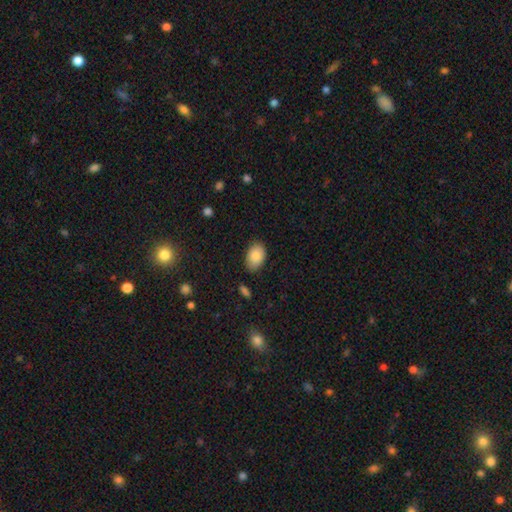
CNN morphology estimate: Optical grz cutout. It shows a smooth galaxy with no disk features (87%) that is in between round and cigar-shaped (89%). Merging: none (81%).